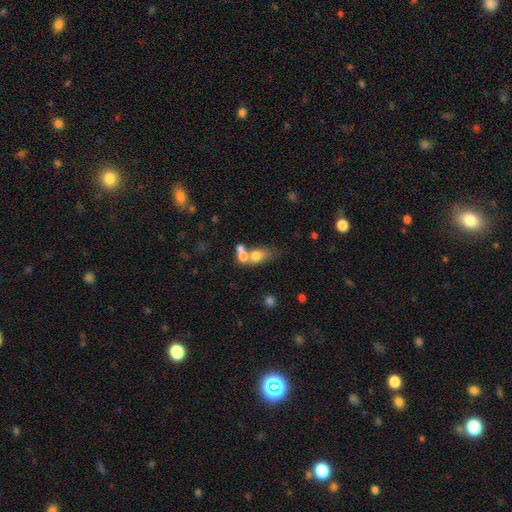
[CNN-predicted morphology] type=smooth (68%); roundness=in between (65%); merging=merger (61%).